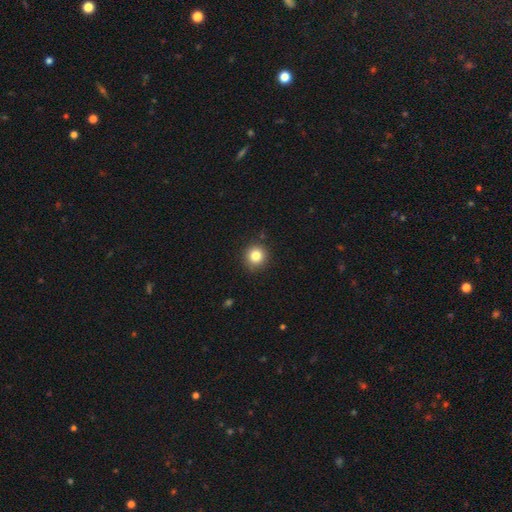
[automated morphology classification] smooth_or_featured: smooth (p=0.83) [alt: star or artifact p=0.11]
how_rounded: round (p=0.92) [alt: in between p=0.07]
merging: none (p=0.90) [alt: minor disturbance p=0.07]